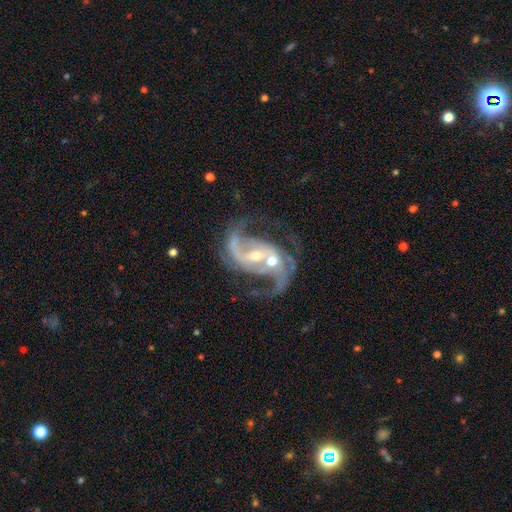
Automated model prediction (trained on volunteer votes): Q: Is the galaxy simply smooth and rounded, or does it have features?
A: featured or disk — 89%.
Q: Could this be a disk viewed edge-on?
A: no — 98%.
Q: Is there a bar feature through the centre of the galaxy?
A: weak — 38%.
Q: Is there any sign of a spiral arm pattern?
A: yes — 96%.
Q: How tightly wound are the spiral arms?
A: medium — 46%.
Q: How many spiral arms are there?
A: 2 — 78%.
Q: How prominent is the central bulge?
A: small — 47%, tied with moderate.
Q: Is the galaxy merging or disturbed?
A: merger — 39%.